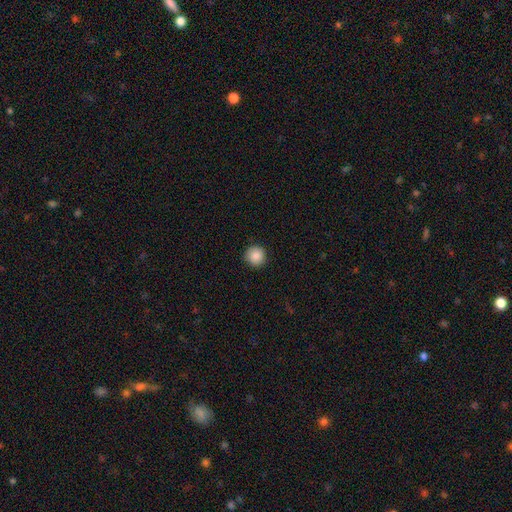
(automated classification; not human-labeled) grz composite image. It shows a smooth galaxy with no disk features (88%) that is round (95%). Merging: none (90%).